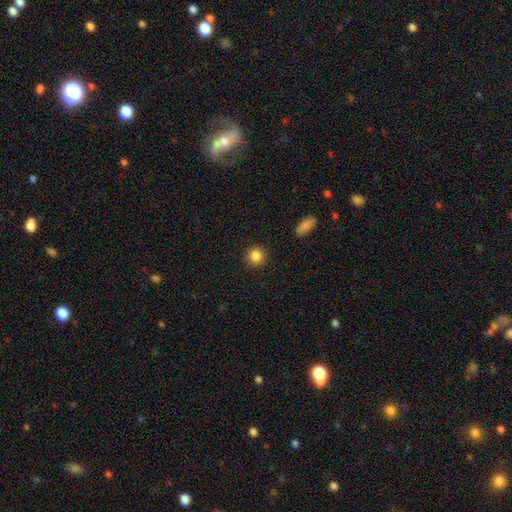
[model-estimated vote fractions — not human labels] This appears to be a smooth galaxy with no disk features (86%) that is round (93%). Merging: none (91%).